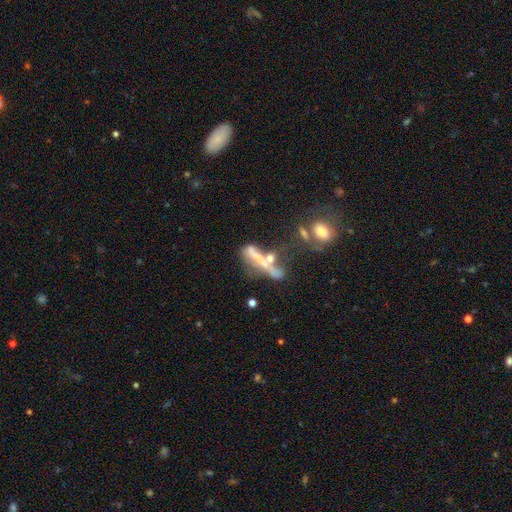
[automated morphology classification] Q: Smooth or featured?
A: featured or disk (46%); runner-up: smooth (40%)
Q: Merging?
A: merger (38%); runner-up: none (25%)